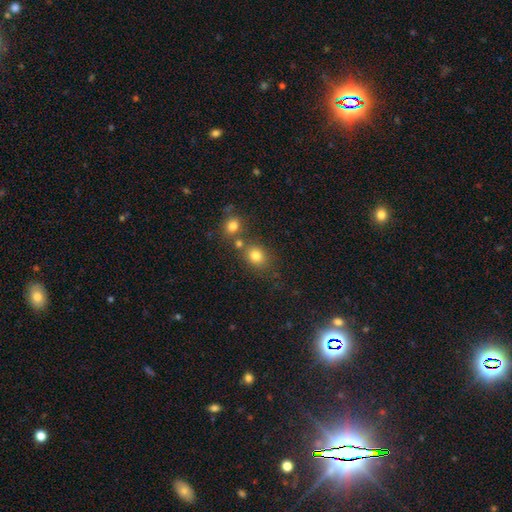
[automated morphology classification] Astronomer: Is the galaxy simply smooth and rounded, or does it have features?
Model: smooth — 79%.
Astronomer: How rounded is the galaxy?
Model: round — 61% (runner-up: in between, 38%).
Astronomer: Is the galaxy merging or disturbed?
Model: none — 63%.